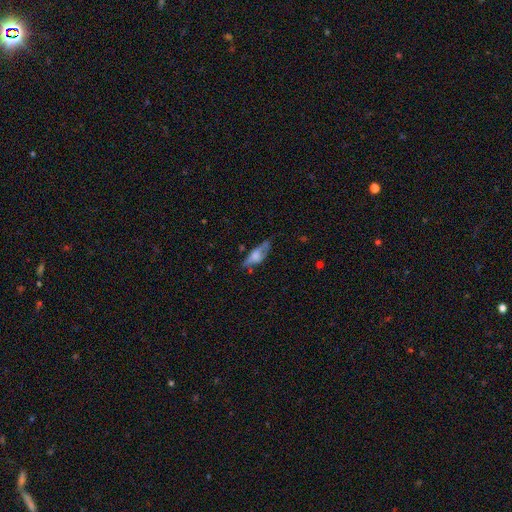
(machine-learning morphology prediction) Smooth or featured?
  - smooth: 48% *
  - featured or disk: 45%
  - star or artifact: 8%
Merging?
  - none: 57% *
  - minor disturbance: 28%
  - major disturbance: 11%
  - merger: 4%